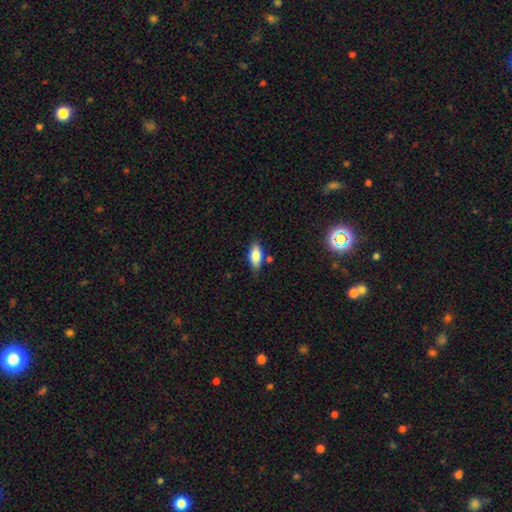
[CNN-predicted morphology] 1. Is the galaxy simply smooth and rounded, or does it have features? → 79% smooth, 14% featured or disk, 8% star or artifact.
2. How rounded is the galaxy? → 85% in between, 12% cigar-shaped, 3% round.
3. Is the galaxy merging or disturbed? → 74% none, 17% minor disturbance, 5% merger, 3% major disturbance.